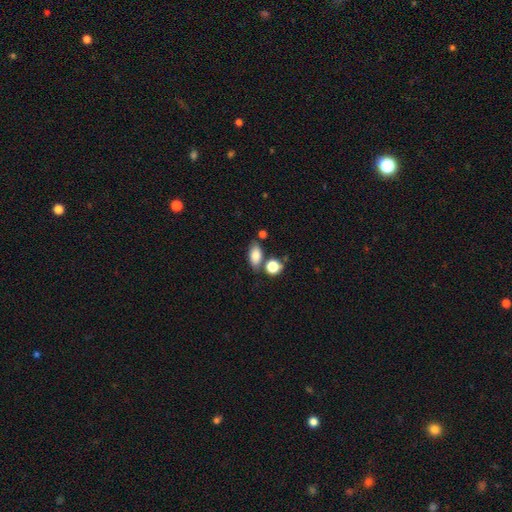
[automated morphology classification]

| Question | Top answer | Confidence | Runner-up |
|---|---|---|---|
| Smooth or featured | smooth | 82% | star or artifact (10%) |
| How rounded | in between | 85% | round (10%) |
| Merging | none | 68% | minor disturbance (15%) |